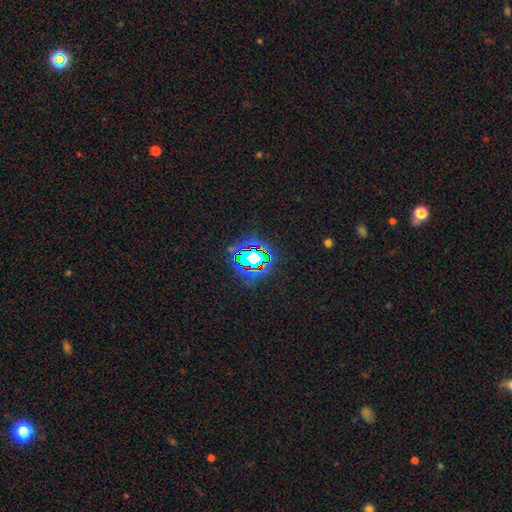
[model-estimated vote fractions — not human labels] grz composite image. It shows a star or artifact, not a galaxy (70%).